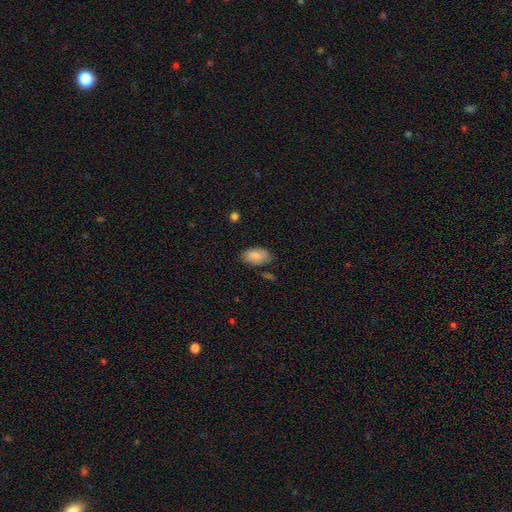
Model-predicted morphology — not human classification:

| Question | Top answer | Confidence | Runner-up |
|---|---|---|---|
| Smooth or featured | smooth | 85% | featured or disk (8%) |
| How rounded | in between | 94% | round (4%) |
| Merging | none | 78% | minor disturbance (16%) |